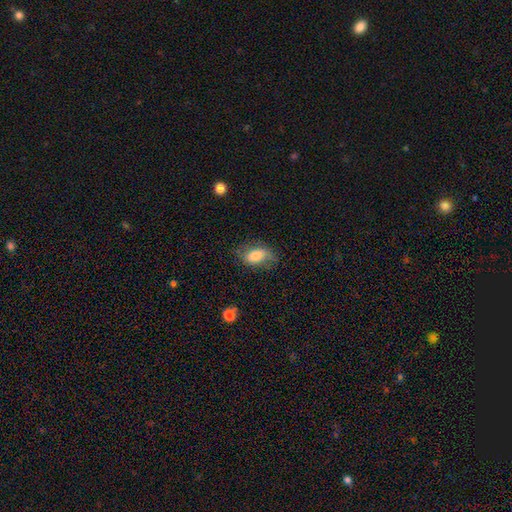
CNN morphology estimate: Smooth or featured?
  - smooth: 76% *
  - featured or disk: 16%
  - star or artifact: 8%
How rounded?
  - in between: 88% *
  - round: 9%
  - cigar-shaped: 3%
Merging?
  - none: 63% *
  - minor disturbance: 26%
  - major disturbance: 10%
  - merger: 2%